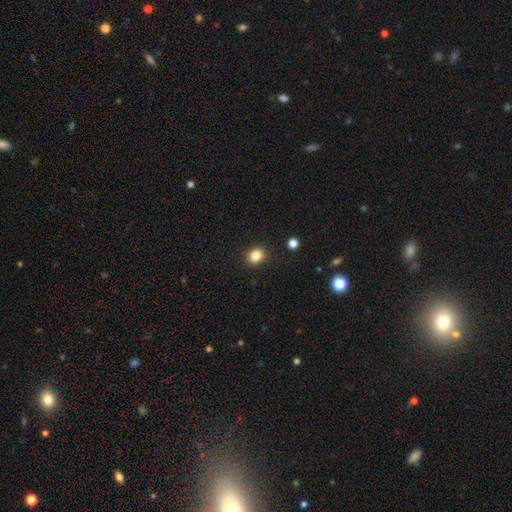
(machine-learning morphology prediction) The model was most divided on "how rounded": round: 53%, in between: 46%, cigar-shaped: 1%. More confident: merging — none (89%); smooth or featured — smooth (84%).